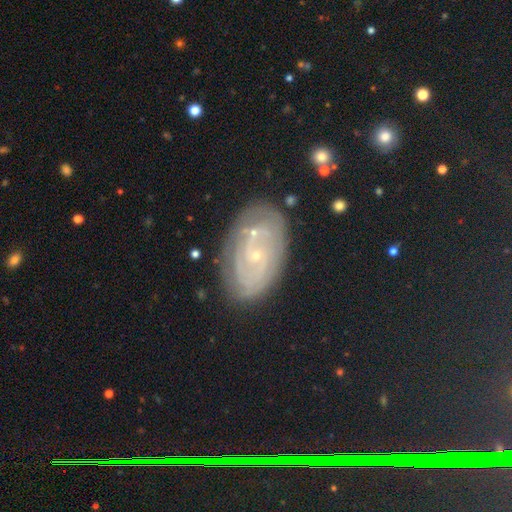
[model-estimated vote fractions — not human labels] This appears to be a featured or disk galaxy (68%) with no bar (73%), spiral arms (77%) and a small central bulge (85%). Merging: none (74%).